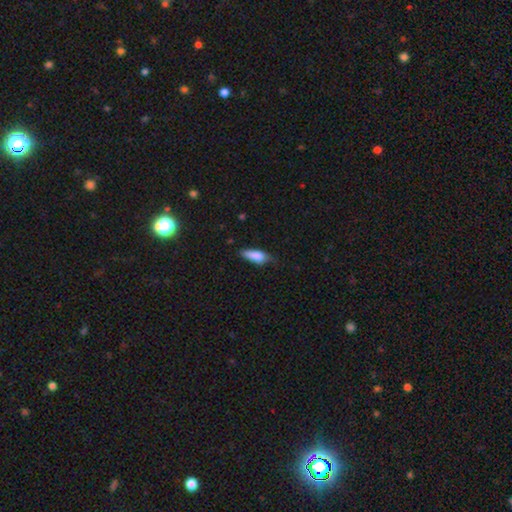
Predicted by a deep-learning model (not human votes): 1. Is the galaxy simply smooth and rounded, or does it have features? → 82% smooth, 11% featured or disk, 7% star or artifact.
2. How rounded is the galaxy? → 59% in between, 39% cigar-shaped, 2% round.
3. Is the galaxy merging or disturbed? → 54% none, 36% minor disturbance, 8% major disturbance, 2% merger.